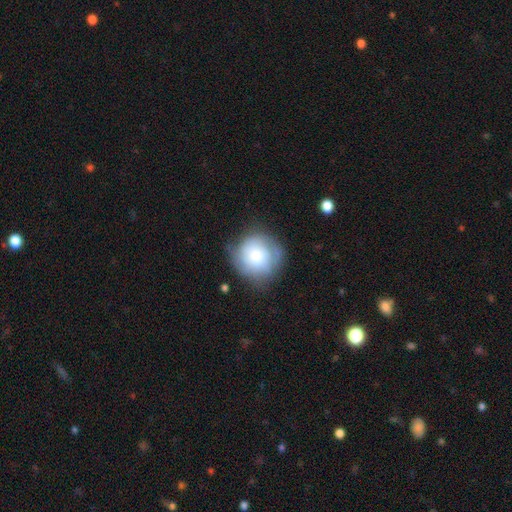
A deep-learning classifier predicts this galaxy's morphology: This appears to be a smooth galaxy with no disk features (61%) that is round (90%). Merging: none (64%).